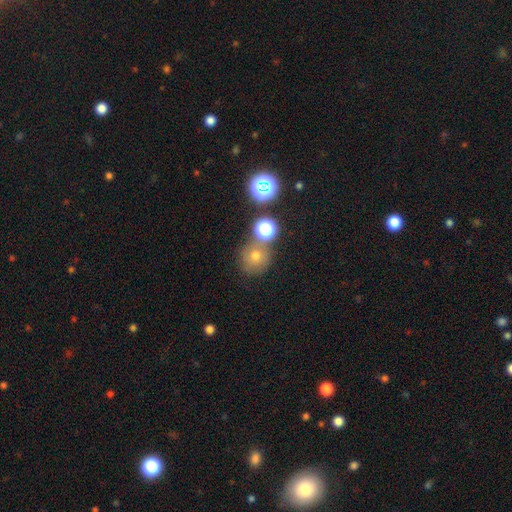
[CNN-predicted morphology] smooth 56%, star or artifact 30%, featured or disk 14%. Down the decision tree: how rounded — round (87%); merging — none (68%).